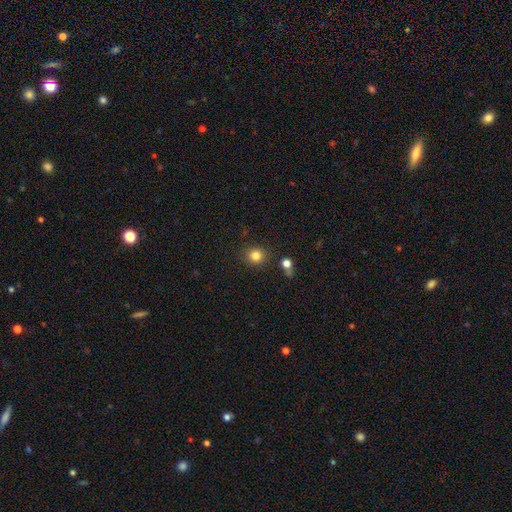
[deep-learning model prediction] Smooth or featured: smooth — 83% (star or artifact — 12%)
How rounded: round — 85% (in between — 14%)
Merging: none — 85% (minor disturbance — 8%)